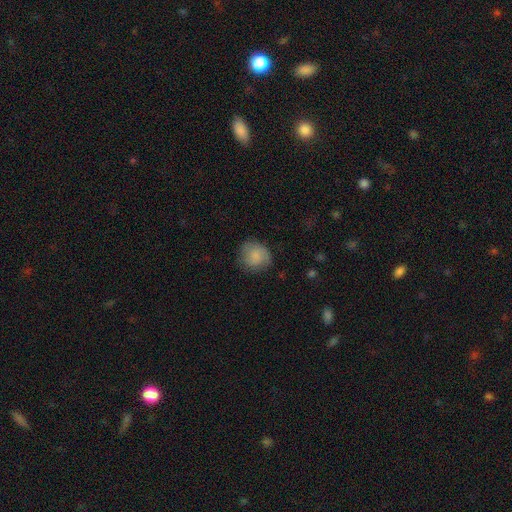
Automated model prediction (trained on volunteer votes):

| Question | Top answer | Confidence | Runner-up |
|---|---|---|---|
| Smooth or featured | smooth | 78% | featured or disk (15%) |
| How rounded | round | 84% | in between (15%) |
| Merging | none | 74% | minor disturbance (19%) |